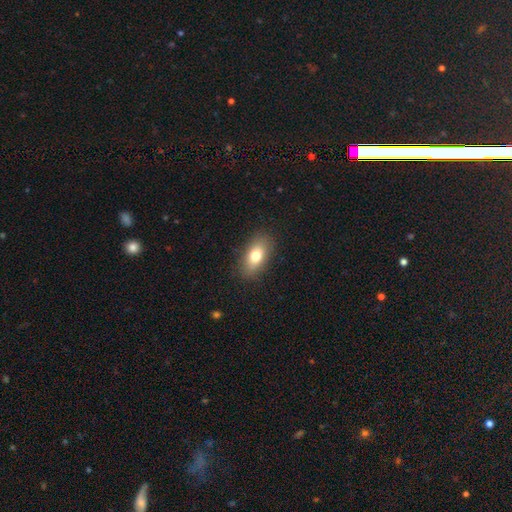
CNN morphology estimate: Smooth or featured: smooth — 77% (featured or disk — 16%)
How rounded: in between — 86% (round — 7%)
Merging: none — 86% (minor disturbance — 10%)